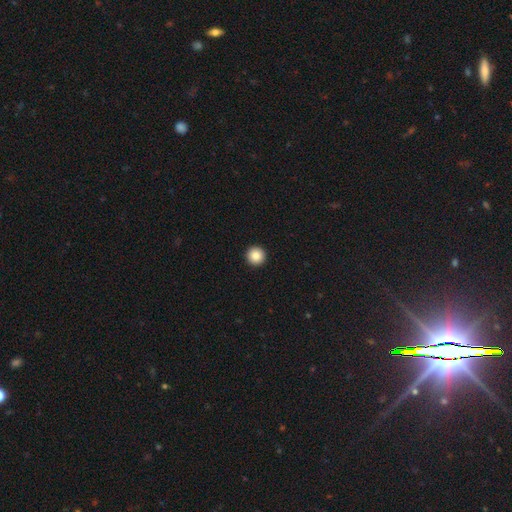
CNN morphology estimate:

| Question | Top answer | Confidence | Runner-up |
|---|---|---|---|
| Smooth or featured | smooth | 87% | star or artifact (9%) |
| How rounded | round | 97% | in between (2%) |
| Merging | none | 94% | minor disturbance (3%) |